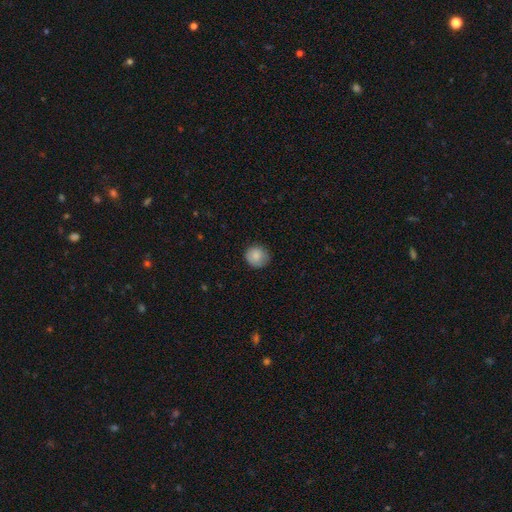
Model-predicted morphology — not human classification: Smooth or featured? Predicted: smooth (p=0.85). How rounded? Predicted: round (p=0.90). Merging? Predicted: none (p=0.82).